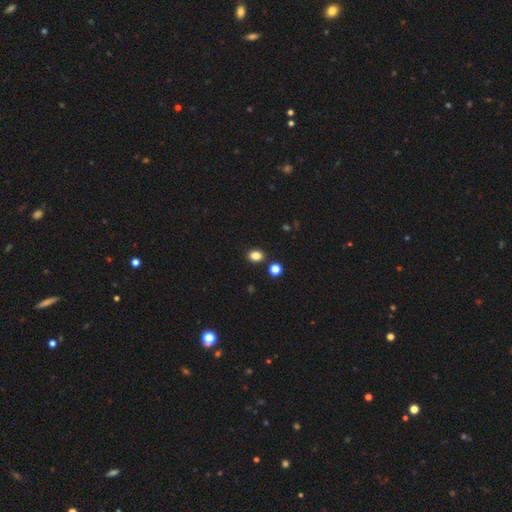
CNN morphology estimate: Smooth or featured: smooth — 84% (star or artifact — 12%)
How rounded: in between — 60% (round — 39%)
Merging: none — 85% (minor disturbance — 8%)